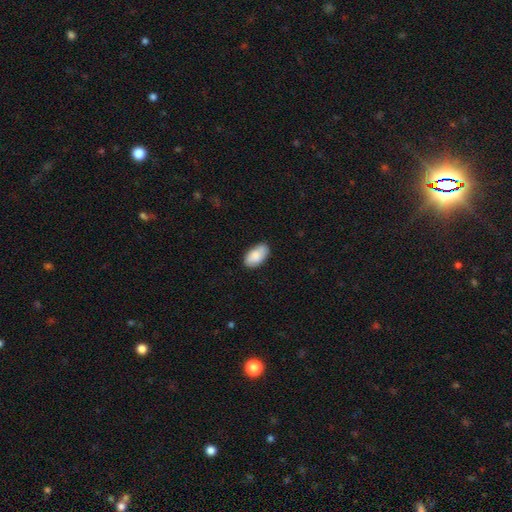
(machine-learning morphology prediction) Smooth or featured: smooth — 85% (featured or disk — 9%)
How rounded: in between — 95% (round — 3%)
Merging: none — 81% (minor disturbance — 15%)